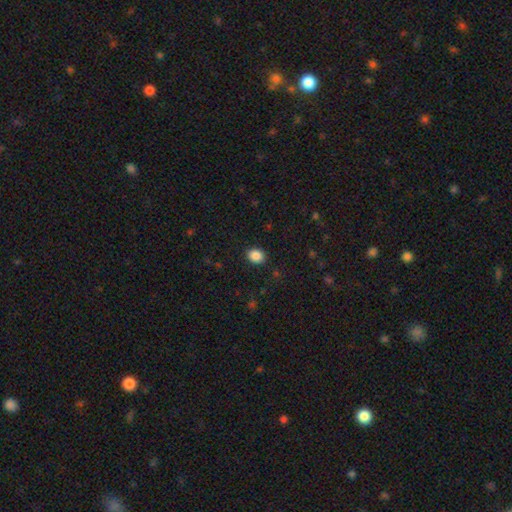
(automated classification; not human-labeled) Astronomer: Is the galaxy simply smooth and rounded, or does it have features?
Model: smooth — 88%.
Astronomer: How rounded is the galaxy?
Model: round — 51% (runner-up: in between, 48%).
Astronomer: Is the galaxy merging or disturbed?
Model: none — 90%.